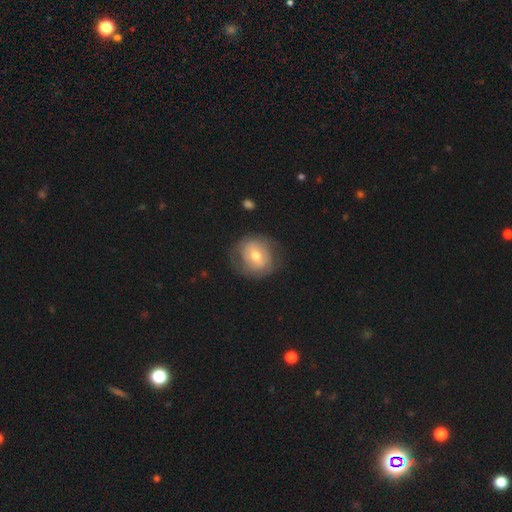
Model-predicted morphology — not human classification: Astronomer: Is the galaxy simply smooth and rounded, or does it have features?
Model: smooth — 48% (runner-up: featured or disk, 46%).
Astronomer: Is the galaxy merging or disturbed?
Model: none — 73%.